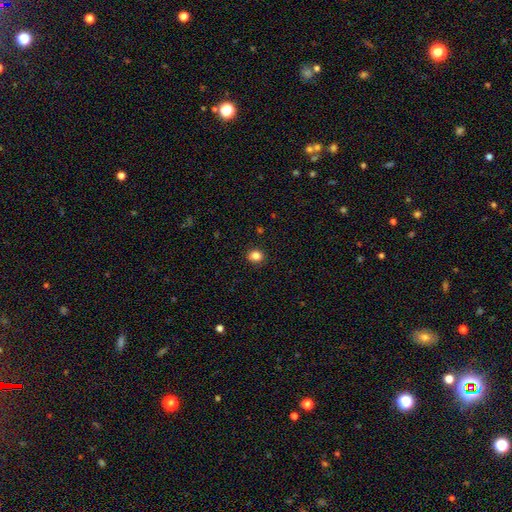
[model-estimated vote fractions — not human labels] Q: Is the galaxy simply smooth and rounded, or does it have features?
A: smooth — 84%.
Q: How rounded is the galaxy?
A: round — 64%.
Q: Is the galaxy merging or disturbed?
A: none — 88%.